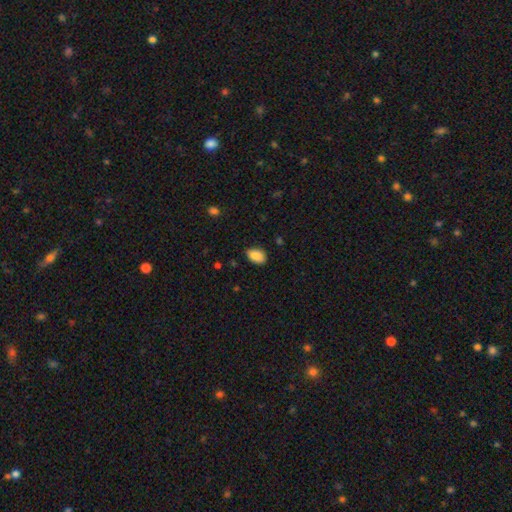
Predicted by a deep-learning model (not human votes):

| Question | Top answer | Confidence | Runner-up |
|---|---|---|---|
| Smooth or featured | smooth | 87% | star or artifact (8%) |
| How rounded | in between | 89% | round (9%) |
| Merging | none | 78% | minor disturbance (18%) |